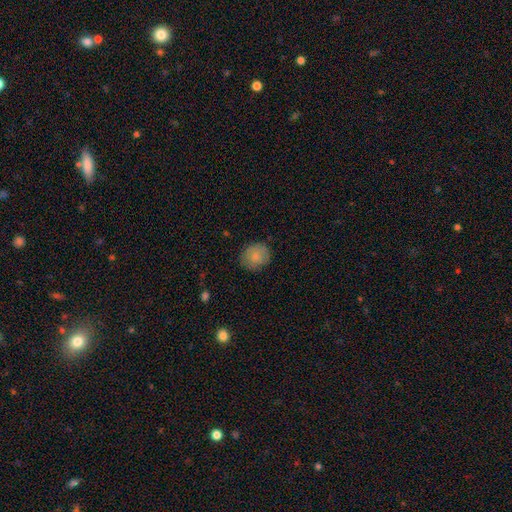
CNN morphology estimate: Smooth or featured?
  - smooth: 83% *
  - featured or disk: 9%
  - star or artifact: 8%
How rounded?
  - round: 78% *
  - in between: 21%
  - cigar-shaped: 1%
Merging?
  - none: 81% *
  - minor disturbance: 15%
  - major disturbance: 3%
  - merger: 1%